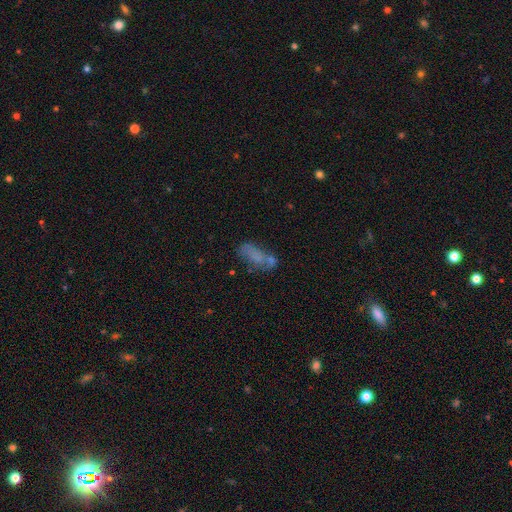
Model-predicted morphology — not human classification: Overall: smooth (58%; featured or disk 29%). How rounded: in between (78%). Merging: none (39%; merger 26%).